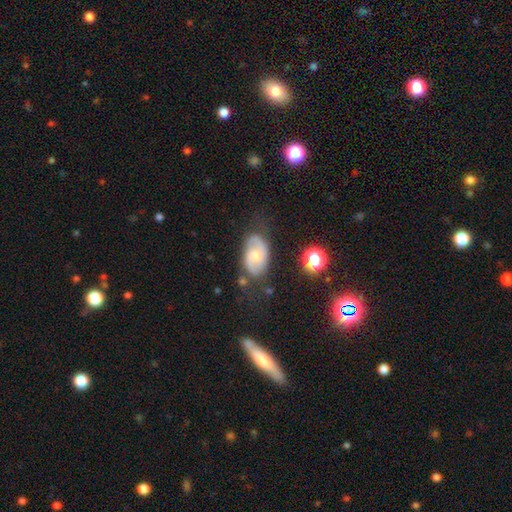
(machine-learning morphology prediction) Smooth or featured? featured or disk (60%)
Edge-on disk? no (95%)
Bar? no (58%)
Spiral arms? yes (82%)
Bulge size? moderate (58%)
Merging? none (67%)